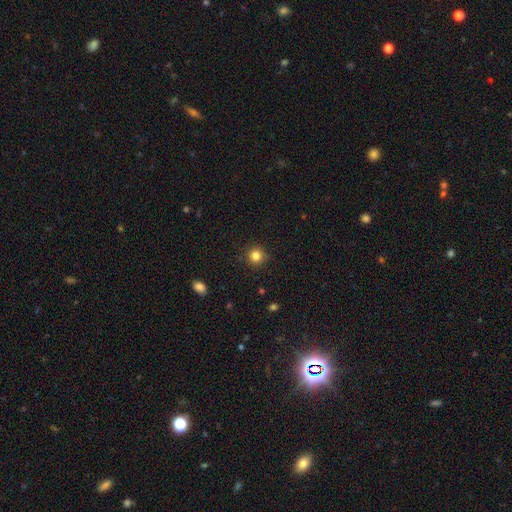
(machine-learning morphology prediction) Smooth or featured? smooth (82%)
How rounded? round (94%)
Merging? none (90%)